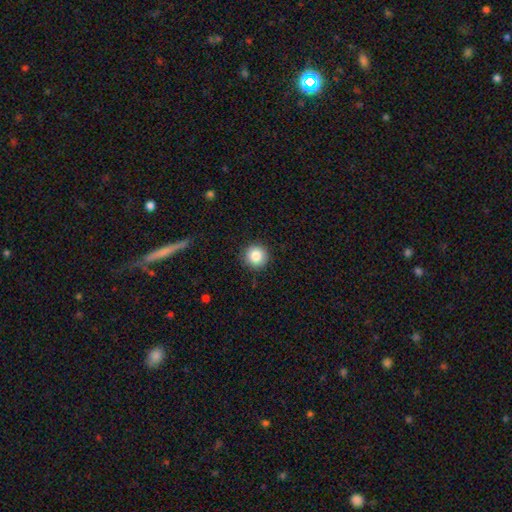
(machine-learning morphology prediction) This is clearly a smooth galaxy (85%). How rounded: clearly round (95%). Merging: clearly none (91%).